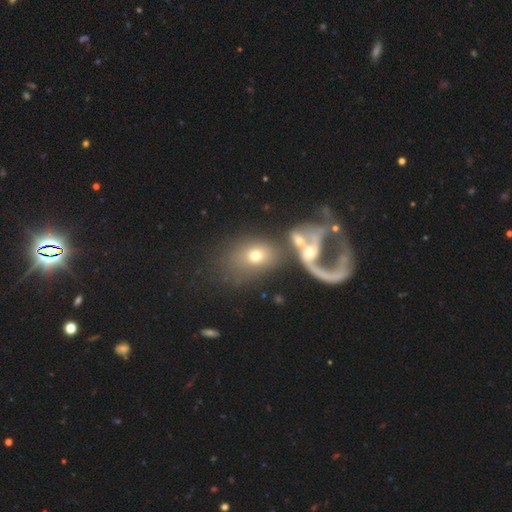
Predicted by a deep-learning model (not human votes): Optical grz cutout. It shows a smooth galaxy with no disk features (51%) that is in between round and cigar-shaped (64%). Merging: merger (47%).